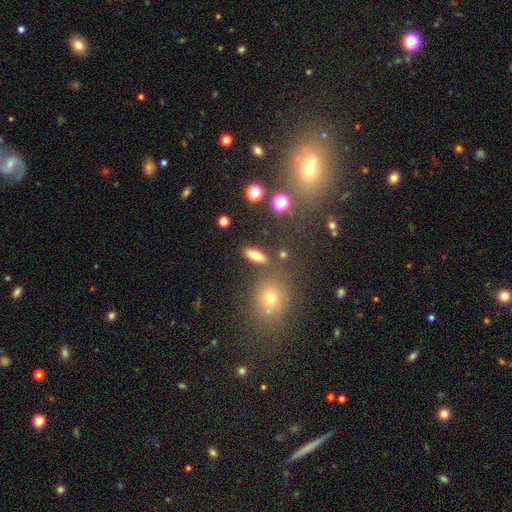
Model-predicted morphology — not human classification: Smooth or featured? Predicted: smooth (p=0.70). How rounded? Predicted: in between (p=0.66). Merging? Predicted: none (p=0.81).